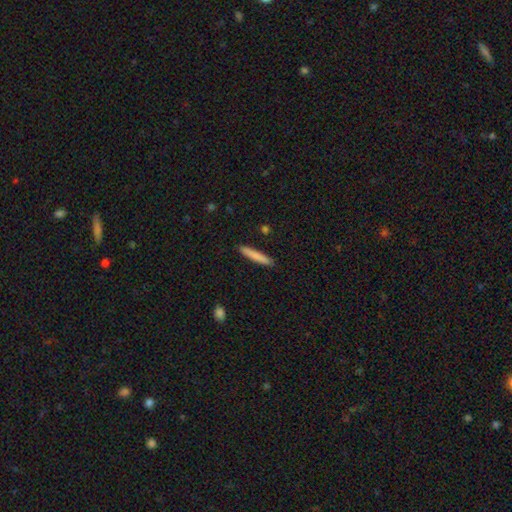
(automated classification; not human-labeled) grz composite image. It shows a smooth galaxy with no disk features (82%) that is cigar-shaped (94%). Merging: none (90%).